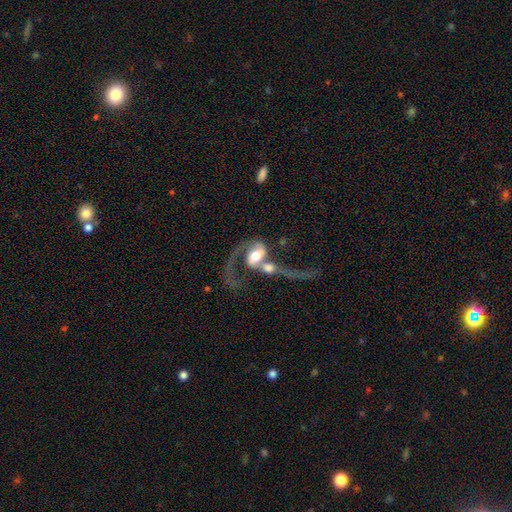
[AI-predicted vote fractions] Q: Smooth or featured?
A: featured or disk (70%); runner-up: smooth (23%)
Q: Edge-on disk?
A: no (95%); runner-up: yes (5%)
Q: Bar?
A: no (56%); runner-up: weak (31%)
Q: Spiral arms?
A: yes (84%); runner-up: no (16%)
Q: Spiral winding?
A: loose (73%); runner-up: medium (20%)
Q: Spiral arm count?
A: 2 (49%); runner-up: 1 (42%)
Q: Bulge size?
A: moderate (48%); runner-up: large (36%)
Q: Merging?
A: merger (69%); runner-up: major disturbance (18%)